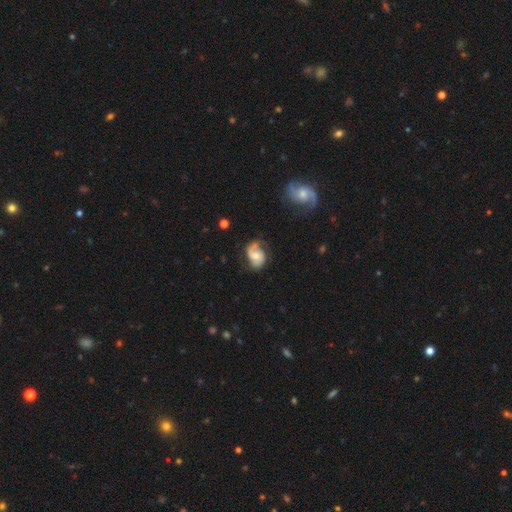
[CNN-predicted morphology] A featured or disk galaxy (70%) with no bar (66%), 2 (72%) medium (42%) spiral arms (89%) and a moderate central bulge (63%). Merging: none (57%).